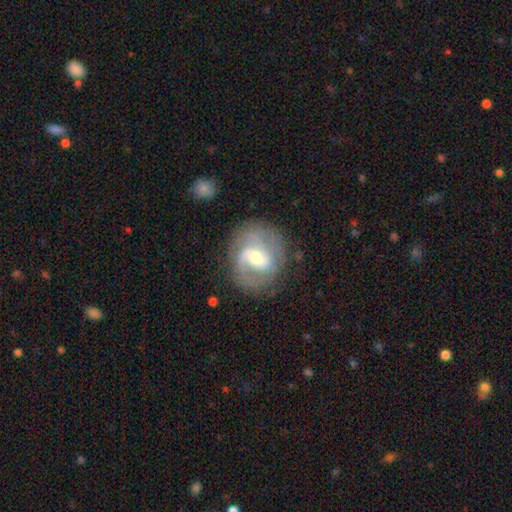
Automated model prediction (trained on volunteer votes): Smooth or featured?
  - featured or disk: 82% *
  - smooth: 12%
  - star or artifact: 6%
Edge-on disk?
  - no: 98% *
  - yes: 2%
Bar?
  - weak: 53% *
  - no: 24%
  - strong: 23%
Spiral arms?
  - yes: 93% *
  - no: 7%
Spiral winding?
  - medium: 48% *
  - tight: 34%
  - loose: 18%
Spiral arm count?
  - 2: 67% *
  - can't tell: 13%
  - 3: 11%
  - 1: 5%
  - 4: 2%
  - more than 4: 2%
Bulge size?
  - moderate: 59% *
  - small: 34%
  - large: 5%
  - none: 1%
  - dominant: 1%
Merging?
  - none: 76% *
  - minor disturbance: 15%
  - major disturbance: 8%
  - merger: 2%